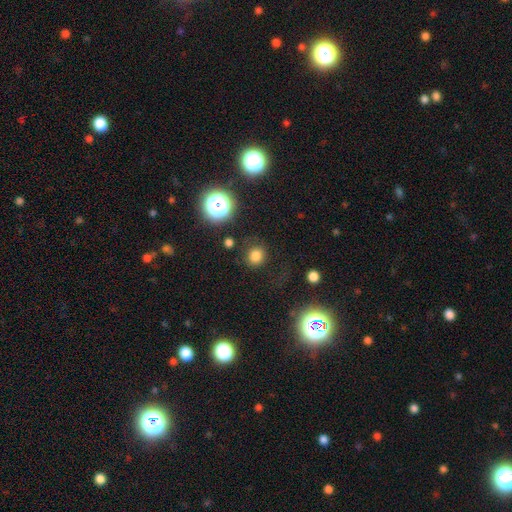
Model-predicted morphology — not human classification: smooth-or-featured: smooth: 77% | star or artifact: 17% | featured or disk: 6%
  how-rounded: round: 85% | in between: 14% | cigar-shaped: 1%
  merging: none: 79% | minor disturbance: 12% | major disturbance: 6% | merger: 3%